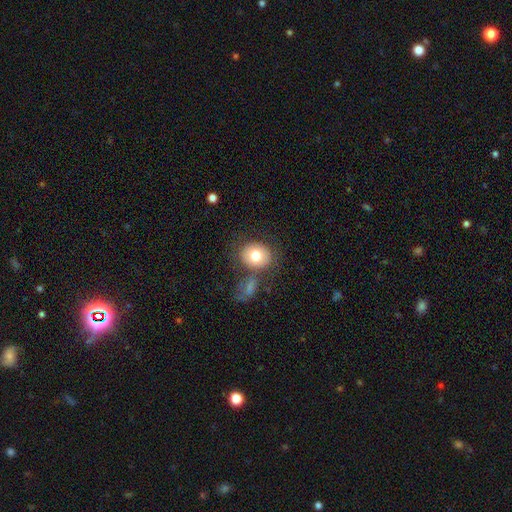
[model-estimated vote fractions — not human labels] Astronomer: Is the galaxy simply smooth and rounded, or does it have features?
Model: smooth — 77%.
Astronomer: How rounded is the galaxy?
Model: round — 67%.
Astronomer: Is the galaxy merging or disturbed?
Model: none — 64%.